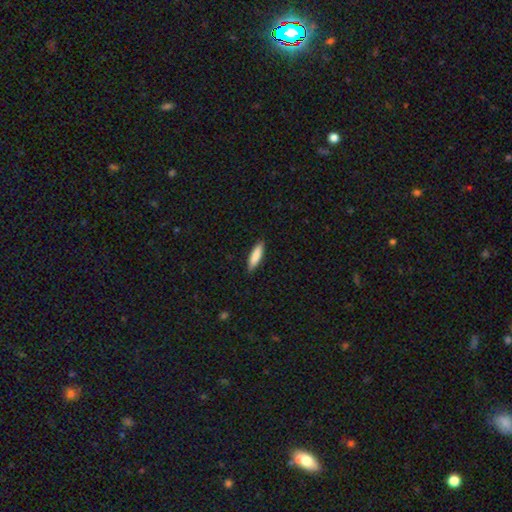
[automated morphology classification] A smooth galaxy with no disk features (85%) that is cigar-shaped (71%).

Vote fractions:
- Smooth or featured? smooth: 85% / featured or disk: 10% / star or artifact: 5%
- How rounded? cigar-shaped: 71% / in between: 28% / round: 1%
- Merging? none: 89% / minor disturbance: 8% / major disturbance: 2% / merger: 1%